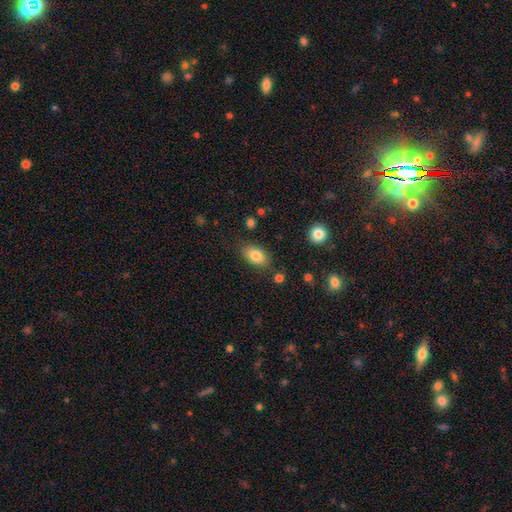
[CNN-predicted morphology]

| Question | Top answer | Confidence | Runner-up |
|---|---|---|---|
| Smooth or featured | smooth | 83% | featured or disk (9%) |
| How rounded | in between | 89% | round (9%) |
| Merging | none | 78% | minor disturbance (15%) |